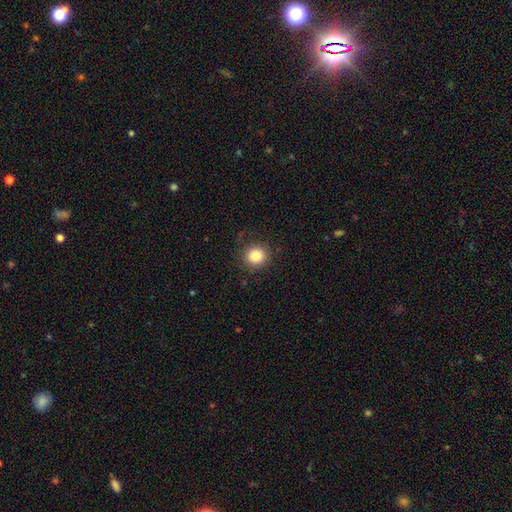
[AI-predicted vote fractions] Q: Smooth or featured?
A: smooth (84%); runner-up: star or artifact (10%)
Q: How rounded?
A: round (89%); runner-up: in between (10%)
Q: Merging?
A: none (86%); runner-up: minor disturbance (9%)